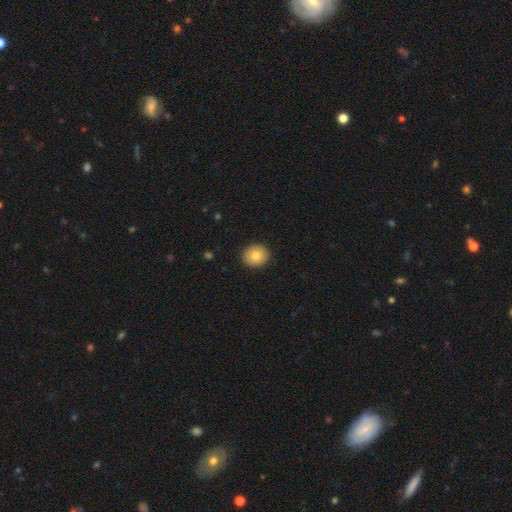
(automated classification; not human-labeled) This is clearly a smooth galaxy (81%). How rounded: clearly round (81%). Merging: clearly none (91%).